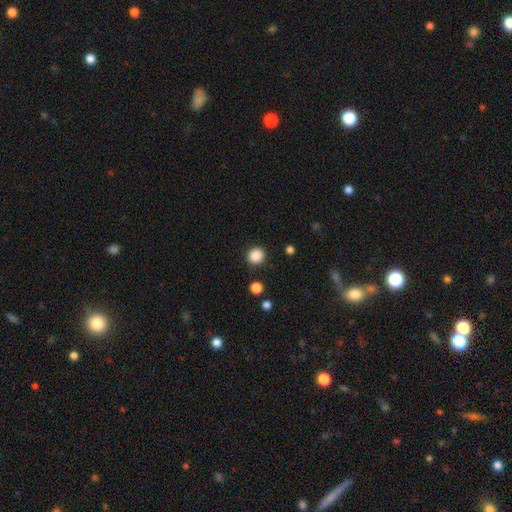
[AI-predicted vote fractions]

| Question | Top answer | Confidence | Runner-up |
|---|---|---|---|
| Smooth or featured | smooth | 87% | star or artifact (10%) |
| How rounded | round | 89% | in between (10%) |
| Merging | none | 87% | minor disturbance (8%) |